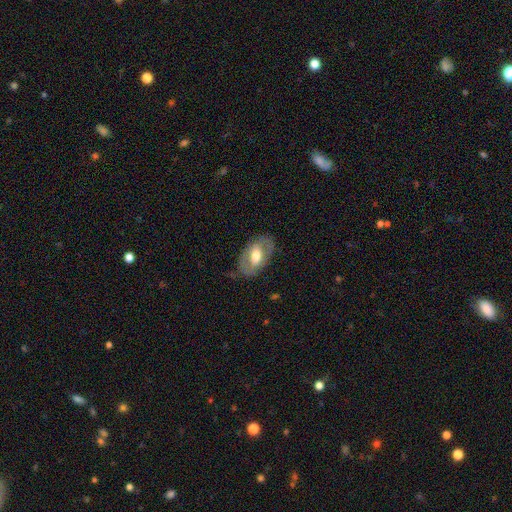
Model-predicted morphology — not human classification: This appears to be a featured or disk galaxy (47%, tied with smooth). Merging: none (74%).